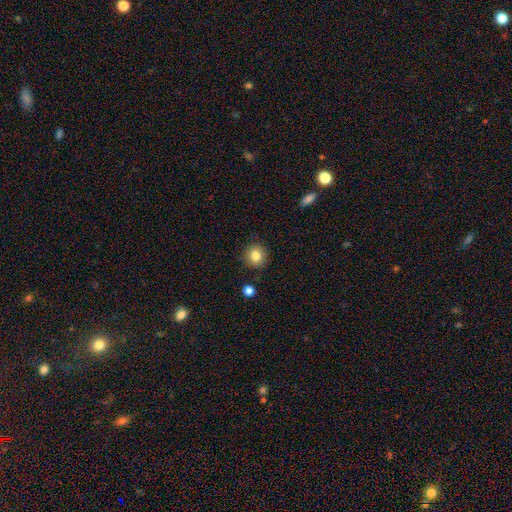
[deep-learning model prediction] Smooth or featured: smooth — 83% (star or artifact — 11%)
How rounded: round — 92% (in between — 7%)
Merging: none — 90% (minor disturbance — 7%)